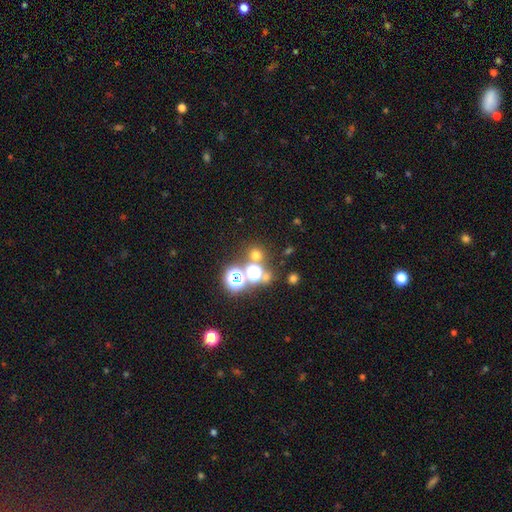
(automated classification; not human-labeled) smooth_or_featured: smooth (p=0.57) [alt: star or artifact p=0.35]
how_rounded: round (p=0.90) [alt: in between p=0.09]
merging: none (p=0.74) [alt: merger p=0.15]